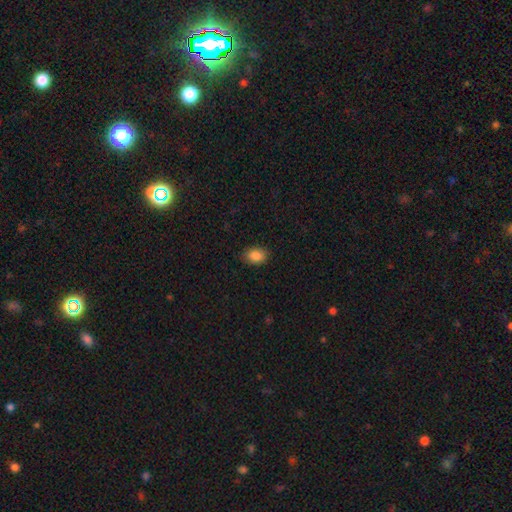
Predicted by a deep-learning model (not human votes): The model was most divided on "how rounded": in between: 75%, round: 24%, cigar-shaped: 1%. More confident: smooth or featured — smooth (87%); merging — none (86%).